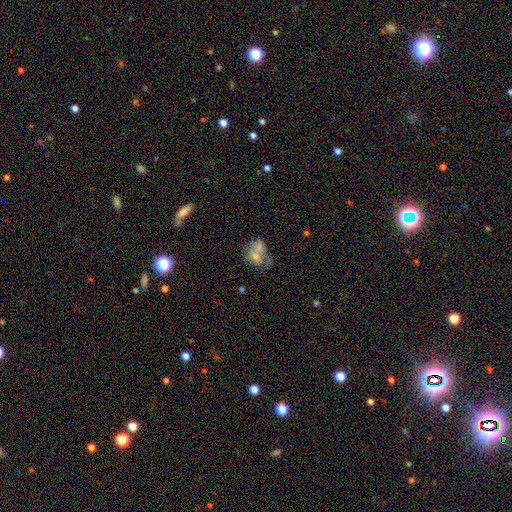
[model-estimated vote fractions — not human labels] A smooth galaxy with no disk features (42%). Merging: merger (38%).